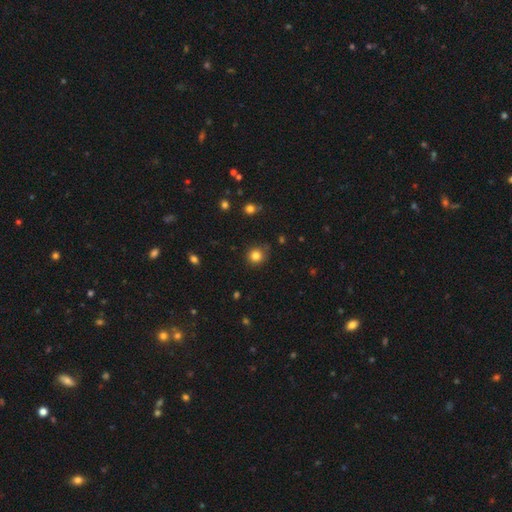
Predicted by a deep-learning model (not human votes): A smooth galaxy with no disk features (82%) that is round (91%).

Vote fractions:
- Smooth or featured? smooth: 82% / star or artifact: 12% / featured or disk: 5%
- How rounded? round: 91% / in between: 8% / cigar-shaped: 1%
- Merging? none: 85% / minor disturbance: 10% / major disturbance: 3% / merger: 2%